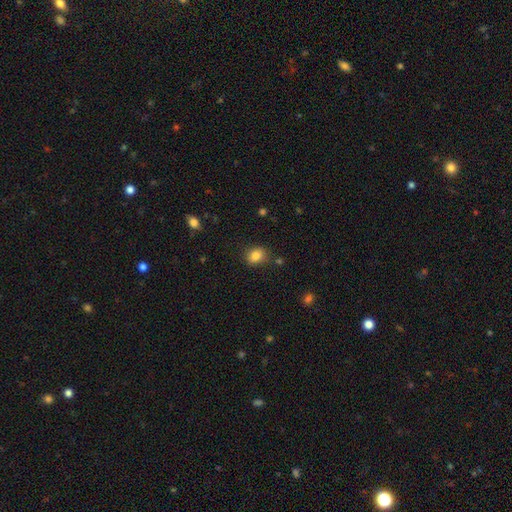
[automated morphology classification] Smooth or featured? Predicted: smooth (p=0.84). How rounded? Predicted: round (p=0.51). Merging? Predicted: none (p=0.81).